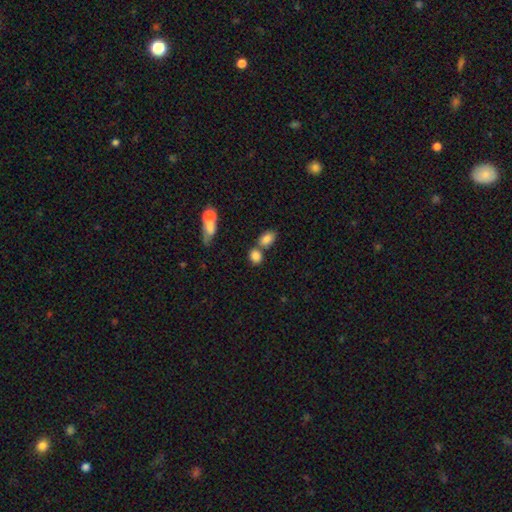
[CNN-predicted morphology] This is clearly a smooth galaxy (83%). How rounded: possibly in between (52%). Merging: possibly none (49%).